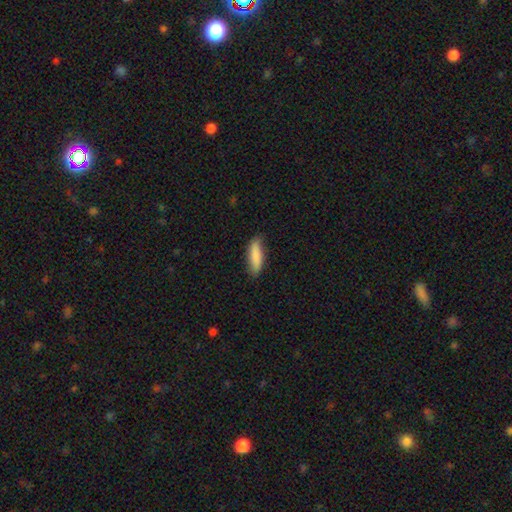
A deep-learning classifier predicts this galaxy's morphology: A smooth galaxy with no disk features (84%) that is cigar-shaped (57%).

Vote fractions:
- Smooth or featured? smooth: 84% / featured or disk: 10% / star or artifact: 6%
- How rounded? cigar-shaped: 57% / in between: 41% / round: 2%
- Merging? none: 77% / minor disturbance: 18% / major disturbance: 3% / merger: 1%